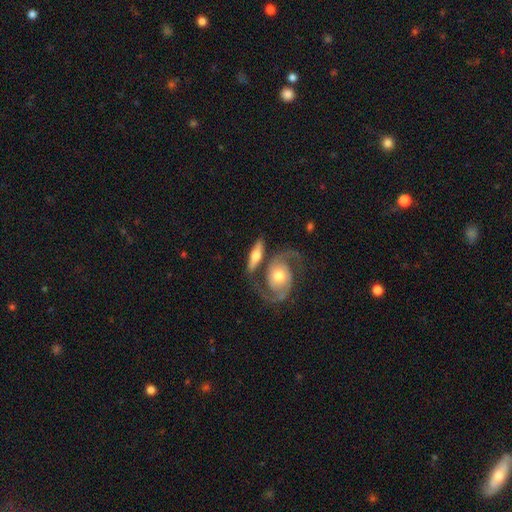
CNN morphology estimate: Smooth or featured?
  - featured or disk: 67% *
  - smooth: 28%
  - star or artifact: 5%
Edge-on disk?
  - no: 62% *
  - yes: 38%
Merging?
  - none: 53% *
  - merger: 25%
  - minor disturbance: 15%
  - major disturbance: 7%